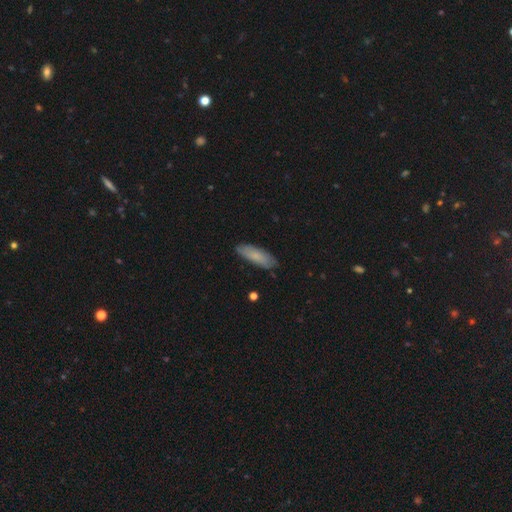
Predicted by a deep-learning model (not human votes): smooth 78%, featured or disk 16%, star or artifact 6%. Down the decision tree: how rounded — in between (56%); merging — none (82%).